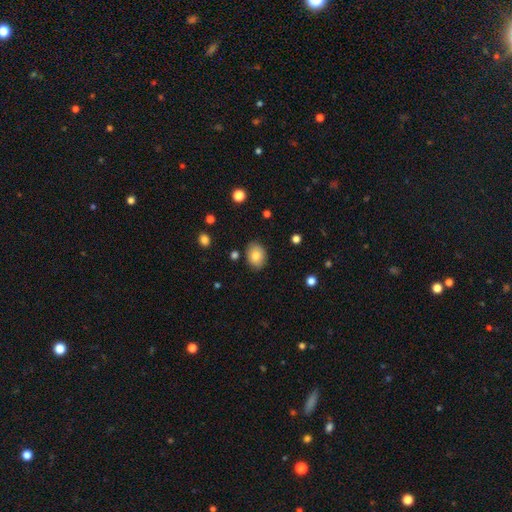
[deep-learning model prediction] A smooth galaxy with no disk features (81%) that is in between round and cigar-shaped (66%). Merging: none (84%).